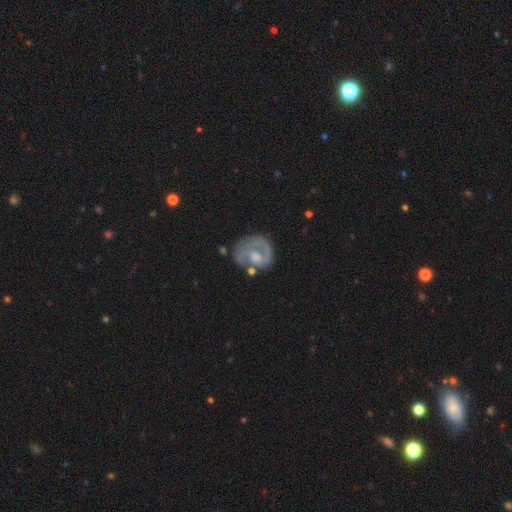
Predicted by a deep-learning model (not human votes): Smooth or featured?
  - featured or disk: 68% *
  - smooth: 25%
  - star or artifact: 6%
Edge-on disk?
  - no: 98% *
  - yes: 2%
Bar?
  - no: 68% *
  - weak: 27%
  - strong: 5%
Spiral arms?
  - yes: 71% *
  - no: 29%
Bulge size?
  - moderate: 42% *
  - small: 24%
  - none: 21%
  - large: 11%
  - dominant: 2%
Merging?
  - none: 57% *
  - minor disturbance: 19%
  - major disturbance: 18%
  - merger: 6%